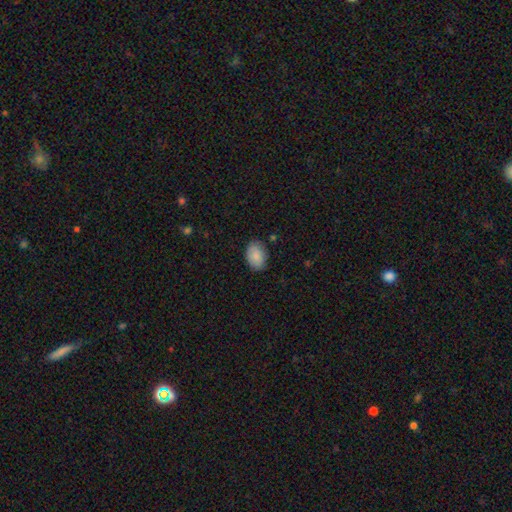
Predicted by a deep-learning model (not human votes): The model was most divided on "merging": none: 82%, minor disturbance: 14%, major disturbance: 3%, merger: 1%. More confident: smooth or featured — smooth (88%); how rounded — in between (84%).